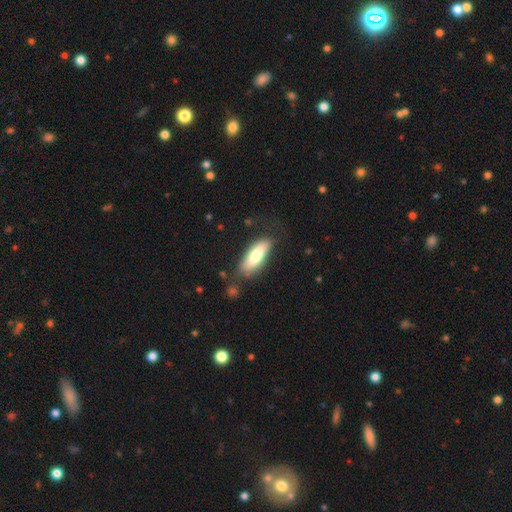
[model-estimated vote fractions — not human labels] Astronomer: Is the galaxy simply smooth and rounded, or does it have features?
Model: smooth — 75%.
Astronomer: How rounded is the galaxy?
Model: in between — 64%.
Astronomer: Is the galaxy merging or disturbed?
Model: none — 73%.